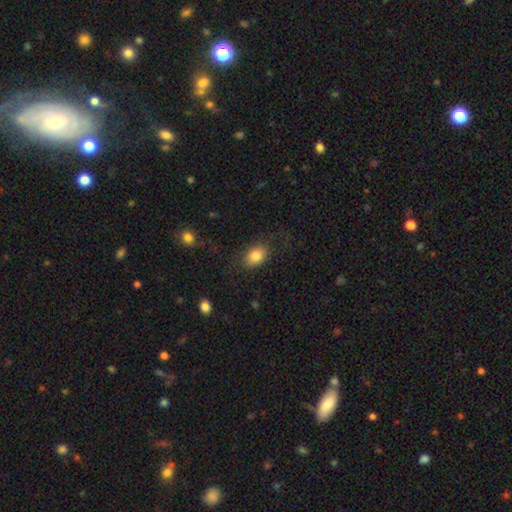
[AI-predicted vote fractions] smooth_or_featured: smooth (p=0.82) [alt: featured or disk p=0.10]
how_rounded: in between (p=0.75) [alt: round p=0.24]
merging: none (p=0.75) [alt: minor disturbance p=0.15]